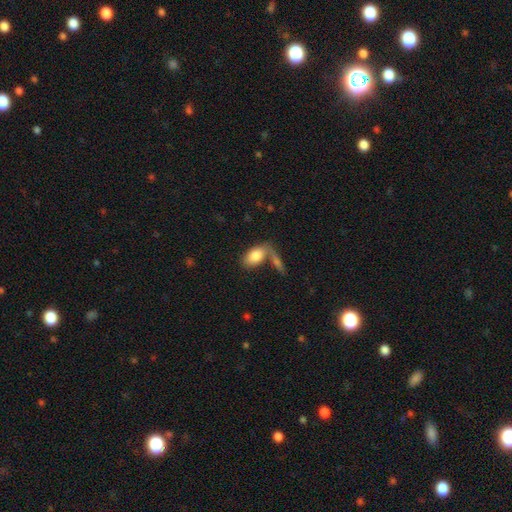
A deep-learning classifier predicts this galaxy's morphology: Smooth or featured: smooth — 80% (featured or disk — 14%)
How rounded: in between — 91% (round — 5%)
Merging: none — 42% (merger — 39%)